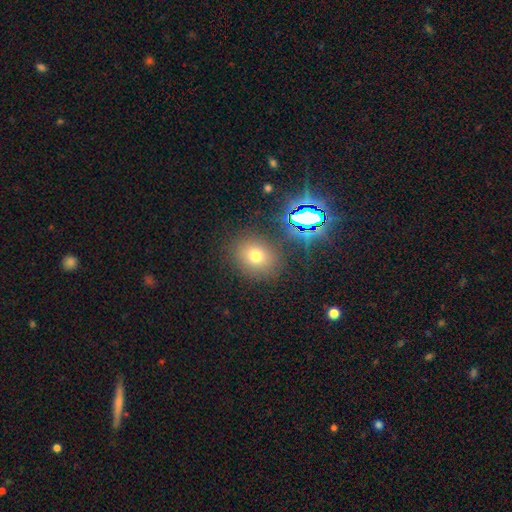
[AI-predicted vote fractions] Overall: smooth (69%). How rounded: round (71%). Merging: none (84%).